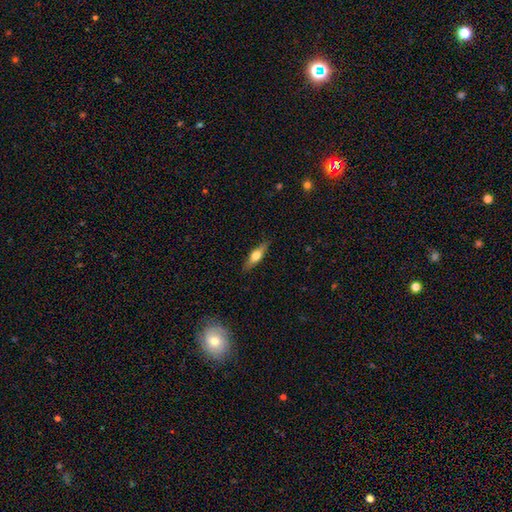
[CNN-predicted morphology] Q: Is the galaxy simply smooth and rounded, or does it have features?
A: featured or disk — 47%, tied with smooth.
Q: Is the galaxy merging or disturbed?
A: none — 87%.